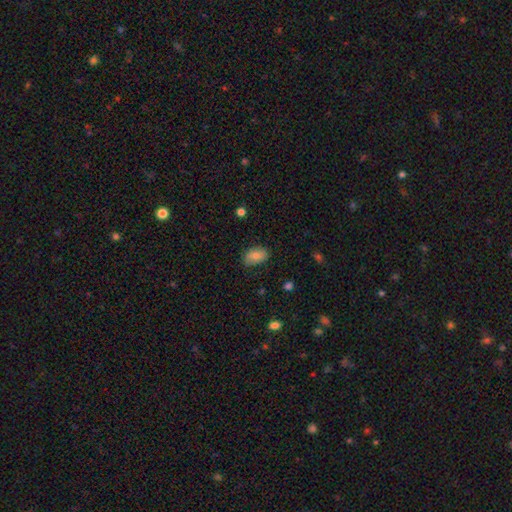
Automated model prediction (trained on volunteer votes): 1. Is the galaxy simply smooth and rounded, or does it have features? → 75% smooth, 16% featured or disk, 9% star or artifact.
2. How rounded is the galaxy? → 87% in between, 11% round, 2% cigar-shaped.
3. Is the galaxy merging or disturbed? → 78% none, 17% minor disturbance, 3% major disturbance, 1% merger.